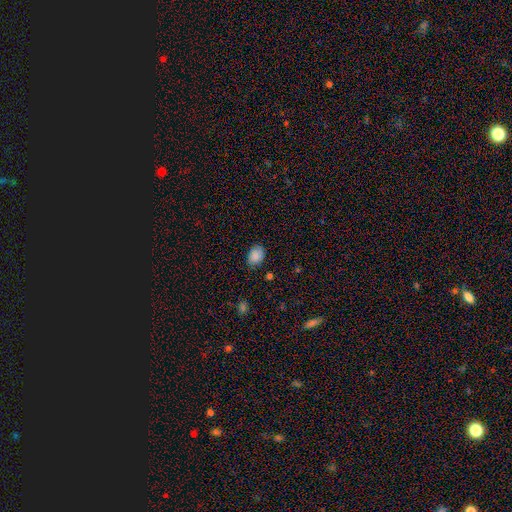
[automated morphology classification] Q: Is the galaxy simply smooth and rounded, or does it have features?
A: smooth — 88%.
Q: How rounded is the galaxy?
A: in between — 70%.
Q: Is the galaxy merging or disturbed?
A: none — 80%.